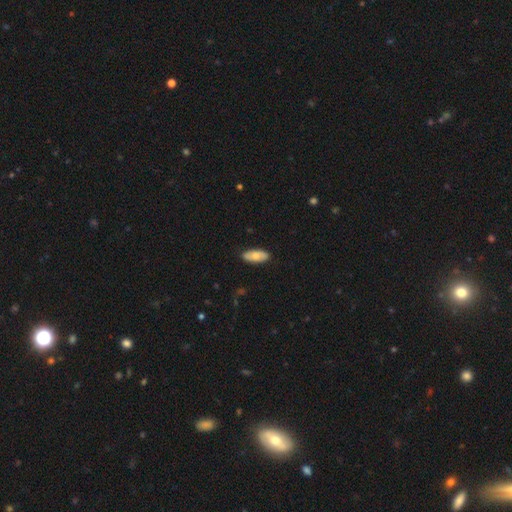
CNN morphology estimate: A smooth galaxy with no disk features (68%) that is in between round and cigar-shaped (85%). Merging: none (87%).